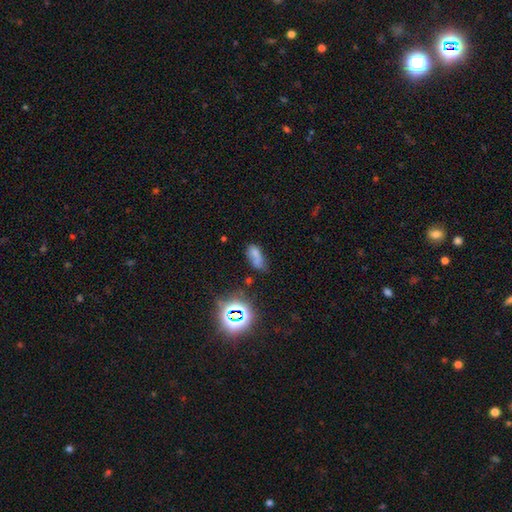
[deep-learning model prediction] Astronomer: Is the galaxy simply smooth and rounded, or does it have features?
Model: smooth — 62%.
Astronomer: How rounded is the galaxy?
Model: in between — 79%.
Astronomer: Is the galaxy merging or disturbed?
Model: none — 36% (runner-up: minor disturbance, 25%).